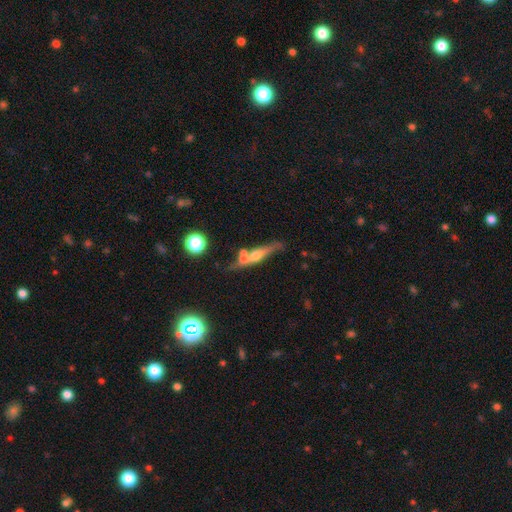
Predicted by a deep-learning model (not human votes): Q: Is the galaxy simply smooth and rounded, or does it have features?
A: featured or disk — 57%.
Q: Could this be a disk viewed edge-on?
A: yes — 79%.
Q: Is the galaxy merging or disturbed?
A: none — 44%.